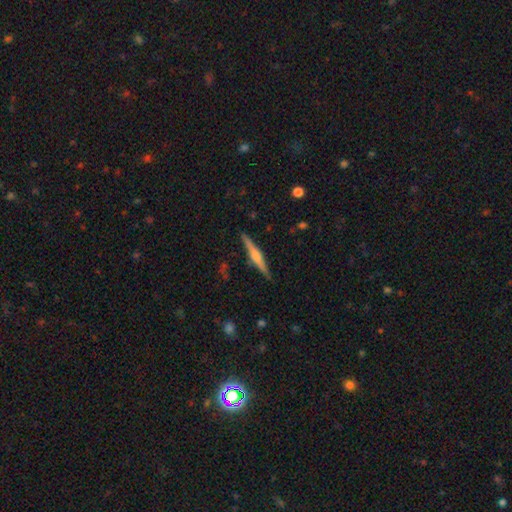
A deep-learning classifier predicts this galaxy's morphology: smooth_or_featured: featured or disk (p=0.69) [alt: smooth p=0.25]
disk_edge_on: yes (p=0.98) [alt: no p=0.02]
edge_on_bulge: rounded (p=0.78) [alt: boxy p=0.13]
merging: none (p=0.90) [alt: minor disturbance p=0.07]